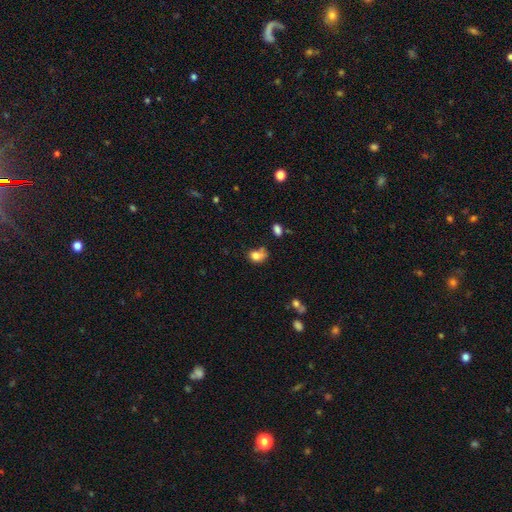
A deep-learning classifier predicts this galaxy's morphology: A smooth galaxy with no disk features (78%) that is in between round and cigar-shaped (58%). Merging: none (37%).